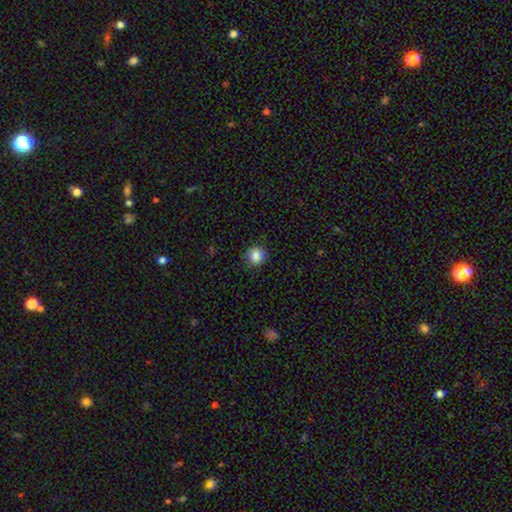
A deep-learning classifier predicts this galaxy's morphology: A smooth galaxy with no disk features (87%) that is round (91%).

Vote fractions:
- Smooth or featured? smooth: 87% / star or artifact: 10% / featured or disk: 4%
- How rounded? round: 91% / in between: 8% / cigar-shaped: 1%
- Merging? none: 87% / minor disturbance: 9% / major disturbance: 2% / merger: 1%